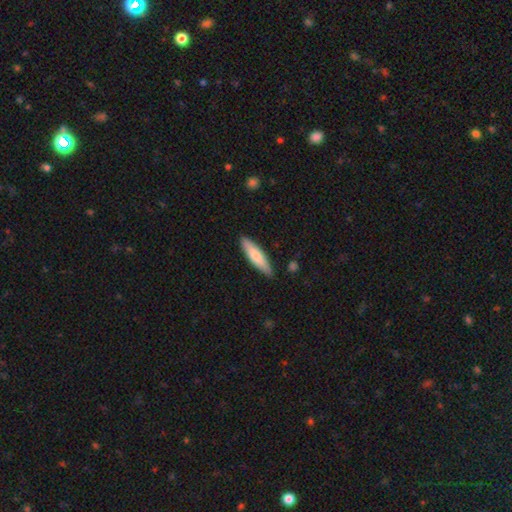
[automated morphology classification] This appears to be a smooth galaxy with no disk features (71%) that is cigar-shaped (72%). Merging: none (88%).